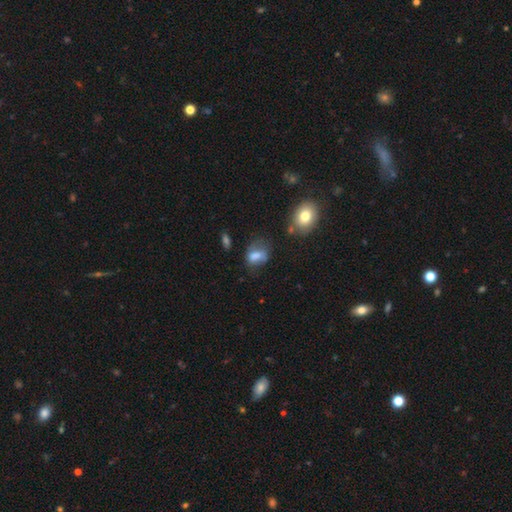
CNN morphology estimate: smooth_or_featured: smooth (p=0.67) [alt: featured or disk p=0.21]
how_rounded: in between (p=0.72) [alt: round p=0.25]
merging: none (p=0.41) [alt: minor disturbance p=0.29]